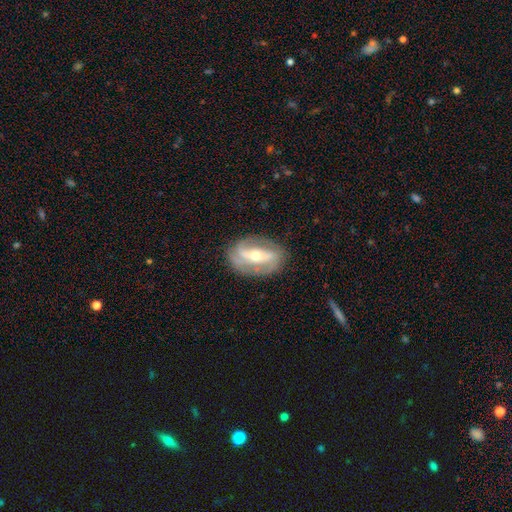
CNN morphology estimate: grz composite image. It shows a featured or disk galaxy (79%) with a strong bar (57%), 2 (74%) tight (38%) spiral arms (77%) and a moderate central bulge (62%). Merging: none (80%).